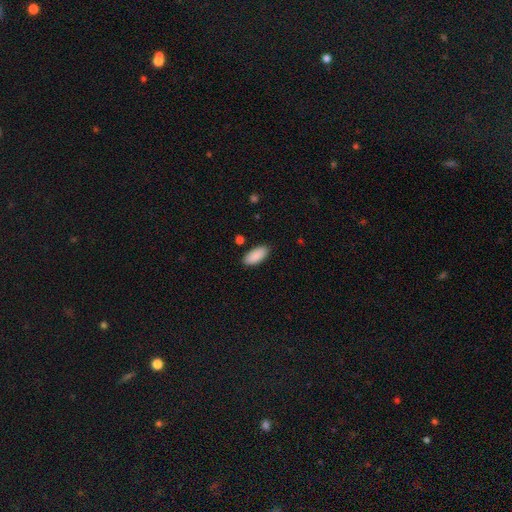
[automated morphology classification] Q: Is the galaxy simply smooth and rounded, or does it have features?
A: smooth — 90%.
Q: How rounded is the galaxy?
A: in between — 90%.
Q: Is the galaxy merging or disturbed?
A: none — 86%.